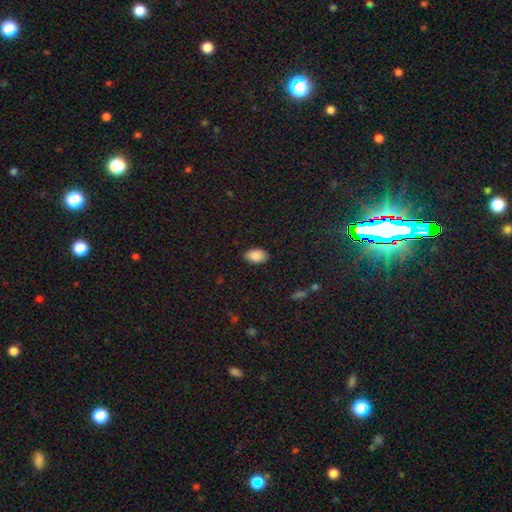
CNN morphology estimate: Smooth or featured? Predicted: smooth (p=0.88). How rounded? Predicted: in between (p=0.93). Merging? Predicted: none (p=0.88).